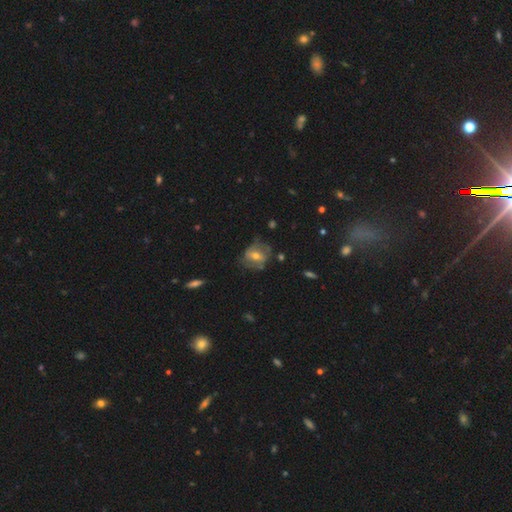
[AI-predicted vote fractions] A featured or disk galaxy (50%). Merging: none (56%).